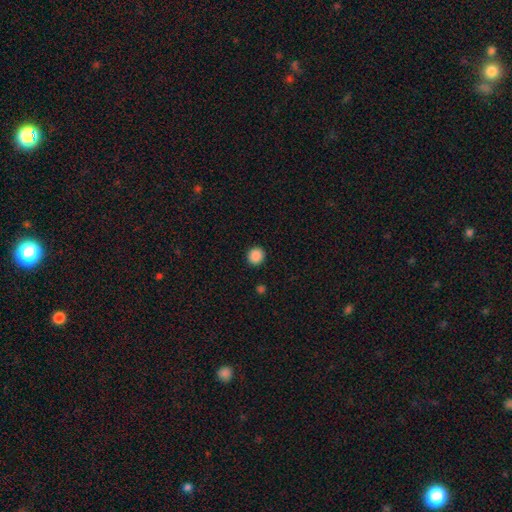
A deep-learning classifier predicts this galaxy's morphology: Overall: smooth (88%). How rounded: round (90%). Merging: none (92%).